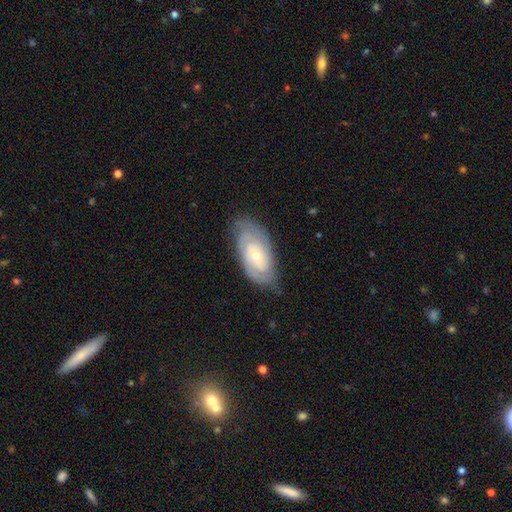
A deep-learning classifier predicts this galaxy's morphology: smooth-or-featured: featured or disk: 78% | smooth: 16% | star or artifact: 5%
  disk-edge-on: no: 94% | yes: 6%
    bar: no: 58% | weak: 34% | strong: 8%
    has-spiral-arms: yes: 93% | no: 7%
      spiral-winding: tight: 67% | medium: 27% | loose: 6%
      spiral-arm-count: 2: 47% | can't tell: 30% | 3: 13% | 4: 4% | 1: 4% | more than 4: 3%
    bulge-size: small: 65% | moderate: 32% | large: 2% | none: 1% | dominant: 1%
  merging: none: 76% | minor disturbance: 18% | major disturbance: 5% | merger: 1%